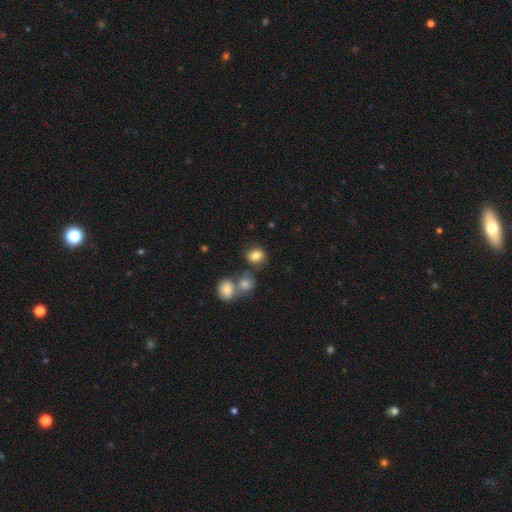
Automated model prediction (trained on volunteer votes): smooth-or-featured: smooth: 81% | star or artifact: 11% | featured or disk: 8%
  how-rounded: round: 69% | in between: 30% | cigar-shaped: 1%
  merging: none: 65% | merger: 19% | minor disturbance: 12% | major disturbance: 4%